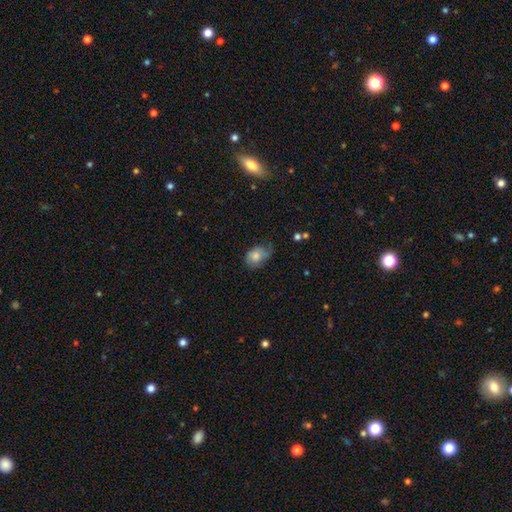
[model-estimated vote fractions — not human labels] This appears to be a smooth galaxy with no disk features (77%) that is in between round and cigar-shaped (74%). Merging: none (42%).